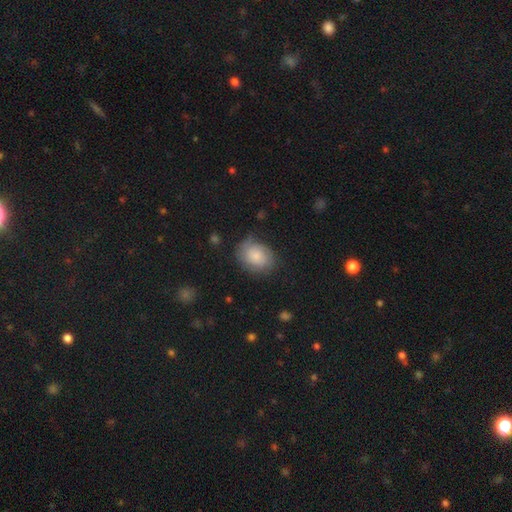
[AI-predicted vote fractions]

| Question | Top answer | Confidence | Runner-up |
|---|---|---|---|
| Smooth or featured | smooth | 61% | featured or disk (31%) |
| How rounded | round | 50% | in between (49%) |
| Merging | none | 64% | minor disturbance (25%) |